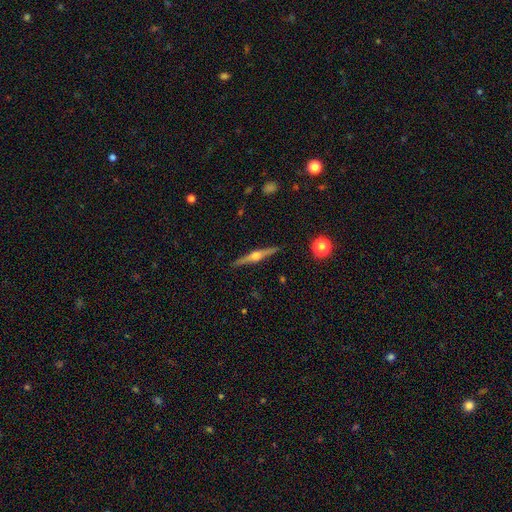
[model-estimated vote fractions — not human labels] featured or disk 80%, smooth 14%, star or artifact 6%. Down the decision tree: edge-on disk — yes (98%); edge-on bulge — rounded (92%); merging — none (91%).